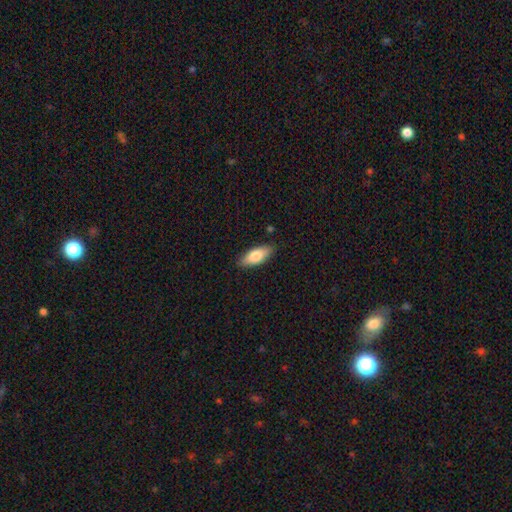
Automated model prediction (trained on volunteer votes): Smooth or featured? Predicted: smooth (p=0.79). How rounded? Predicted: in between (p=0.79). Merging? Predicted: none (p=0.86).